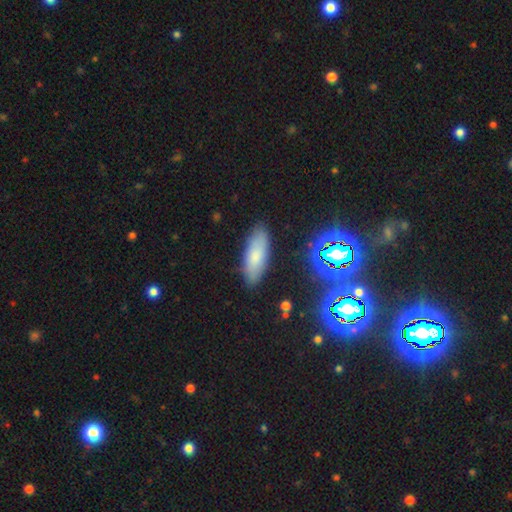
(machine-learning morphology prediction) Q: Smooth or featured?
A: smooth (74%); runner-up: featured or disk (15%)
Q: How rounded?
A: in between (69%); runner-up: cigar-shaped (29%)
Q: Merging?
A: none (85%); runner-up: minor disturbance (11%)